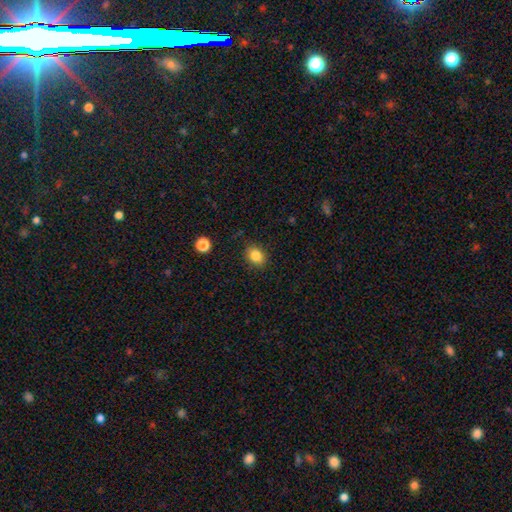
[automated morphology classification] This is clearly a smooth galaxy (85%). How rounded: possibly round (52%). Merging: clearly none (85%).